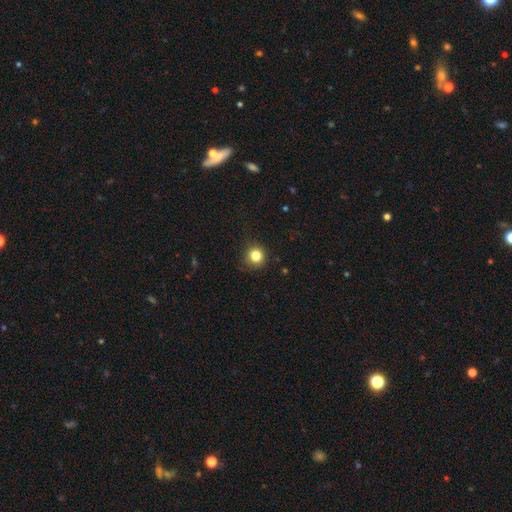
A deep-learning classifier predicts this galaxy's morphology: Smooth or featured?
  - smooth: 83% *
  - star or artifact: 12%
  - featured or disk: 5%
How rounded?
  - round: 93% *
  - in between: 6%
  - cigar-shaped: 1%
Merging?
  - none: 85% *
  - minor disturbance: 11%
  - major disturbance: 3%
  - merger: 1%